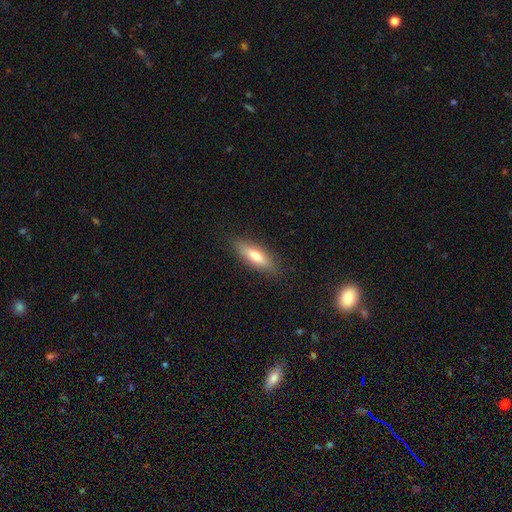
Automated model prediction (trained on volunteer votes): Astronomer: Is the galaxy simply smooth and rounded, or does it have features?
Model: smooth — 66%.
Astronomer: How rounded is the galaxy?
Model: cigar-shaped — 52% (runner-up: in between, 46%).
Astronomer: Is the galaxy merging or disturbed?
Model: none — 86%.